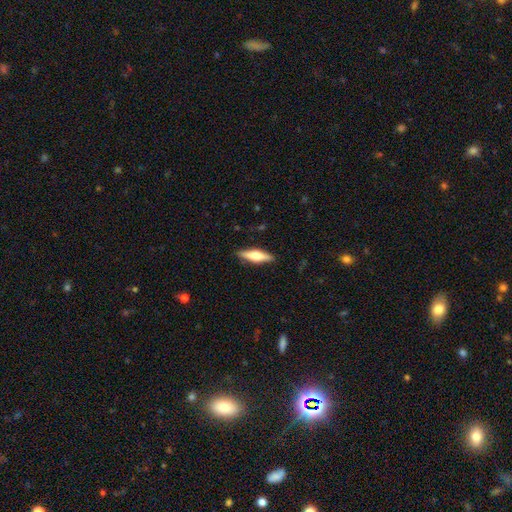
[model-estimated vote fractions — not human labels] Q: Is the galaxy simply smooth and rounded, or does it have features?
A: featured or disk — 49%.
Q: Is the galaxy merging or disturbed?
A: none — 89%.